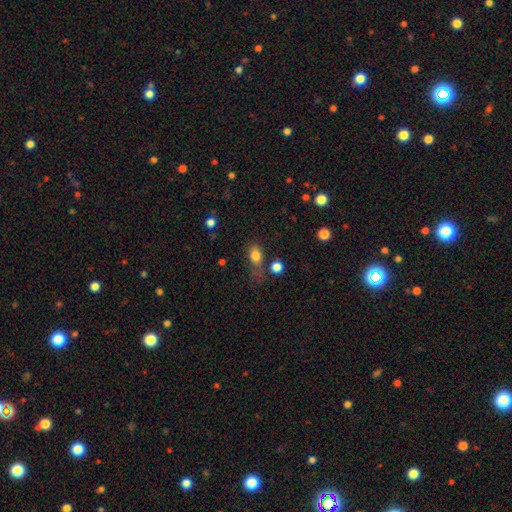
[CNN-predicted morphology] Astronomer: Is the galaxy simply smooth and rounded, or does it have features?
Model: smooth — 81%.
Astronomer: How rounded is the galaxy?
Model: in between — 69%.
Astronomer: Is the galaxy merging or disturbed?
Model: none — 48% (runner-up: minor disturbance, 25%).